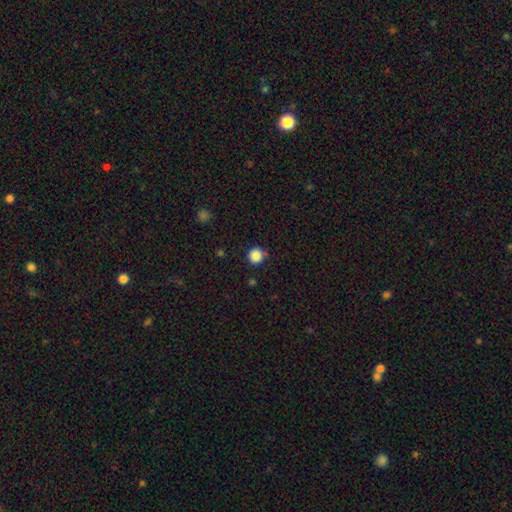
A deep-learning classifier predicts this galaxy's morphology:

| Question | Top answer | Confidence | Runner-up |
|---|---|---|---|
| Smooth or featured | smooth | 86% | star or artifact (11%) |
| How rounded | round | 93% | in between (6%) |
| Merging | none | 84% | minor disturbance (10%) |